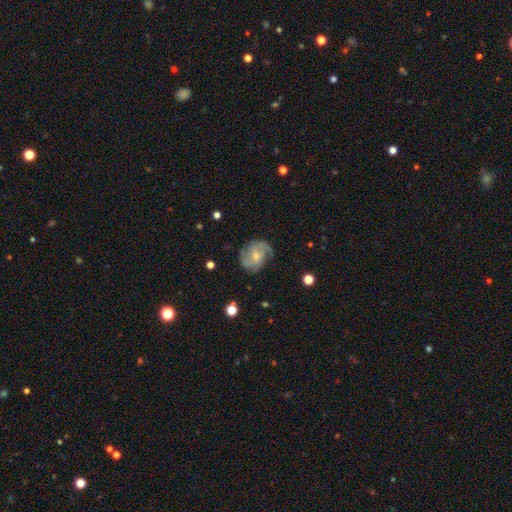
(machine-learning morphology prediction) Smooth or featured: featured or disk — 81% (smooth — 13%)
Edge-on disk: no — 98% (yes — 2%)
Bar: no — 58% (weak — 36%)
Spiral arms: yes — 96% (no — 4%)
Spiral winding: medium — 50% (tight — 28%)
Spiral arm count: 2 — 67% (3 — 14%)
Bulge size: small — 54% (moderate — 38%)
Merging: none — 72% (minor disturbance — 18%)